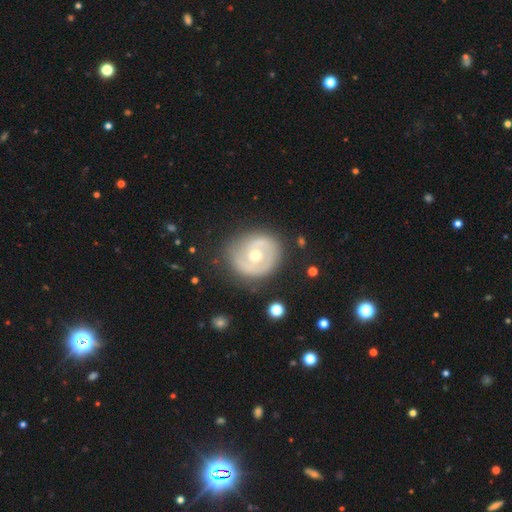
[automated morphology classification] Smooth or featured: featured or disk — 65% (smooth — 29%)
Edge-on disk: no — 96% (yes — 4%)
Bar: no — 73% (weak — 20%)
Spiral arms: yes — 58% (no — 42%)
Bulge size: moderate — 53% (small — 43%)
Merging: none — 75% (minor disturbance — 16%)